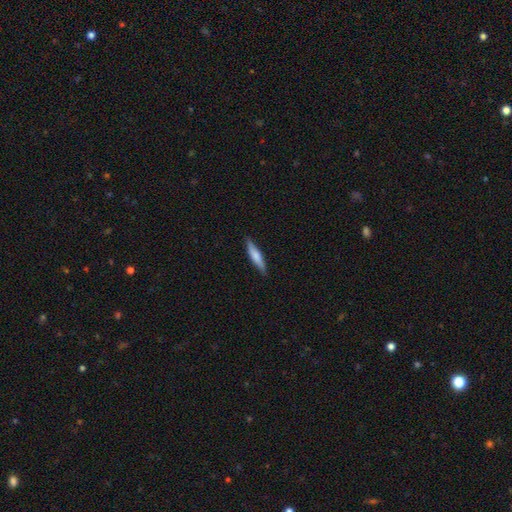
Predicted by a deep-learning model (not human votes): Overall: smooth (65%; featured or disk 29%). How rounded: cigar-shaped (86%). Merging: none (87%).